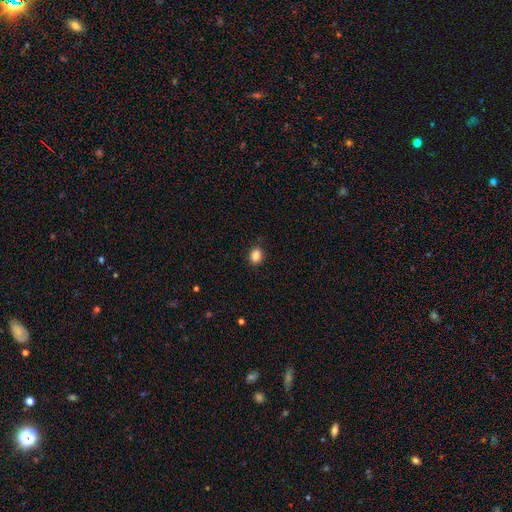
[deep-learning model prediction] Smooth or featured?
  - smooth: 86% *
  - star or artifact: 10%
  - featured or disk: 4%
How rounded?
  - in between: 52% *
  - round: 47%
  - cigar-shaped: 1%
Merging?
  - none: 86% *
  - minor disturbance: 10%
  - major disturbance: 2%
  - merger: 1%